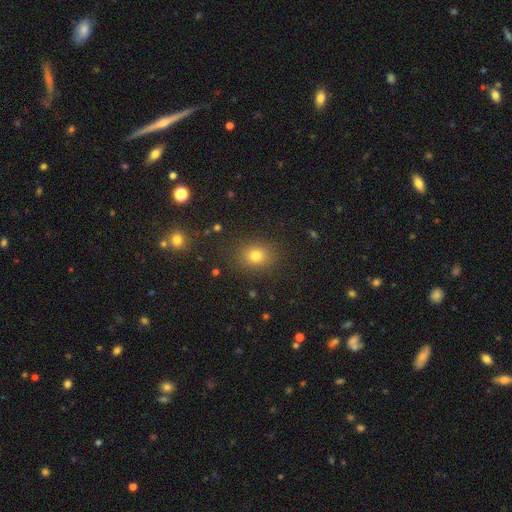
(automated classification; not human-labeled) smooth-or-featured: smooth: 77% | star or artifact: 16% | featured or disk: 8%
  how-rounded: round: 56% | in between: 42% | cigar-shaped: 1%
  merging: none: 86% | minor disturbance: 9% | major disturbance: 3% | merger: 2%